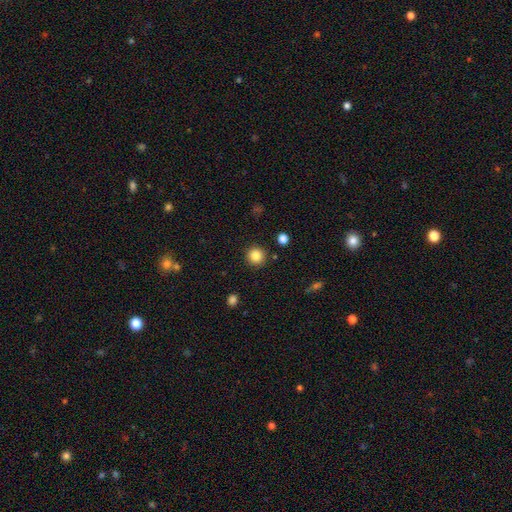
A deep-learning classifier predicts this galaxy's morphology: This appears to be a smooth galaxy with no disk features (84%) that is round (94%). Merging: none (90%).